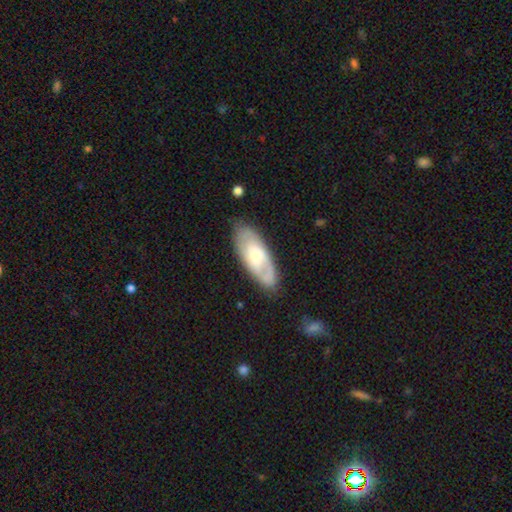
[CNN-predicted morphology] smooth_or_featured: featured or disk (p=0.49) [alt: smooth p=0.46]
merging: none (p=0.75) [alt: minor disturbance p=0.18]